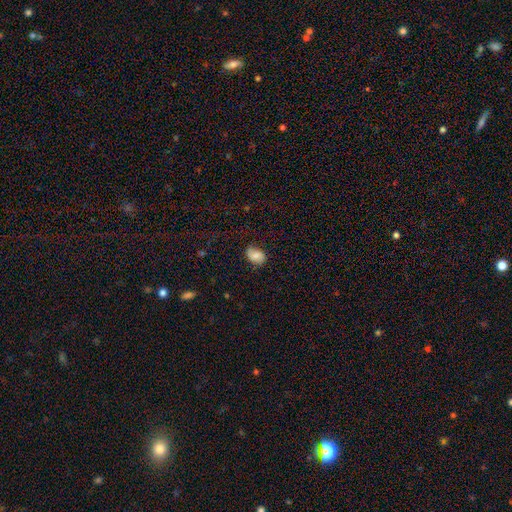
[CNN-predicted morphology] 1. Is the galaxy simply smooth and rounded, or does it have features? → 63% smooth, 28% featured or disk, 9% star or artifact.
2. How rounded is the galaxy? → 80% in between, 18% round, 1% cigar-shaped.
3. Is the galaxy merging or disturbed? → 76% none, 18% minor disturbance, 5% major disturbance, 1% merger.